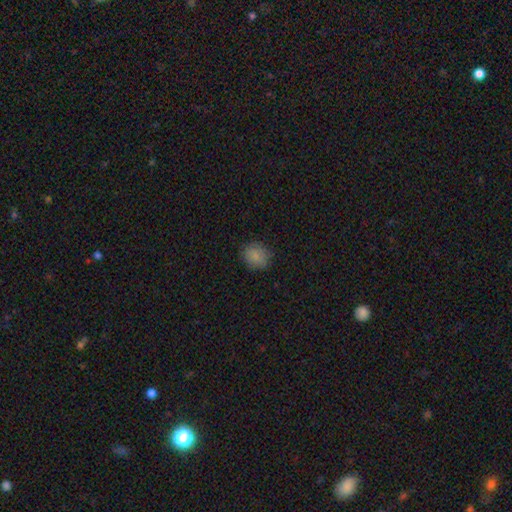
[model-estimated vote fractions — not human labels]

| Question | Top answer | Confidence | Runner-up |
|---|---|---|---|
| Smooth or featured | smooth | 84% | star or artifact (10%) |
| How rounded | round | 67% | in between (32%) |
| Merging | none | 82% | minor disturbance (14%) |